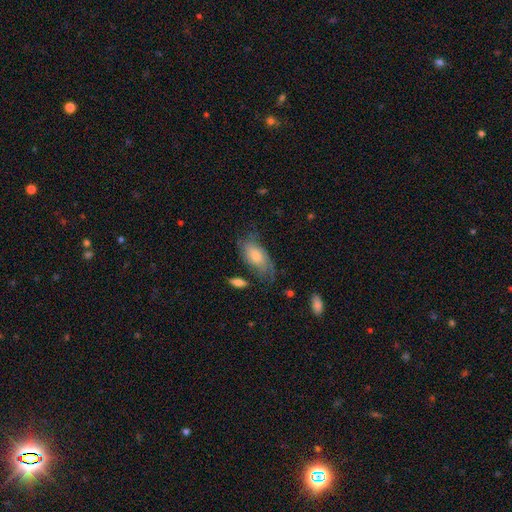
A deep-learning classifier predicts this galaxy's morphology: Q: Smooth or featured?
A: smooth (48%); runner-up: featured or disk (43%)
Q: Merging?
A: none (54%); runner-up: minor disturbance (26%)